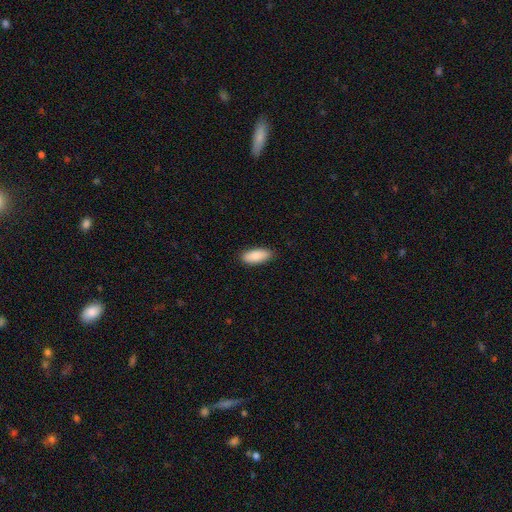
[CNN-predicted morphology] A smooth galaxy with no disk features (87%) that is in between round and cigar-shaped (83%).

Vote fractions:
- Smooth or featured? smooth: 87% / featured or disk: 7% / star or artifact: 6%
- How rounded? in between: 83% / cigar-shaped: 15% / round: 2%
- Merging? none: 87% / minor disturbance: 11% / major disturbance: 2% / merger: 1%